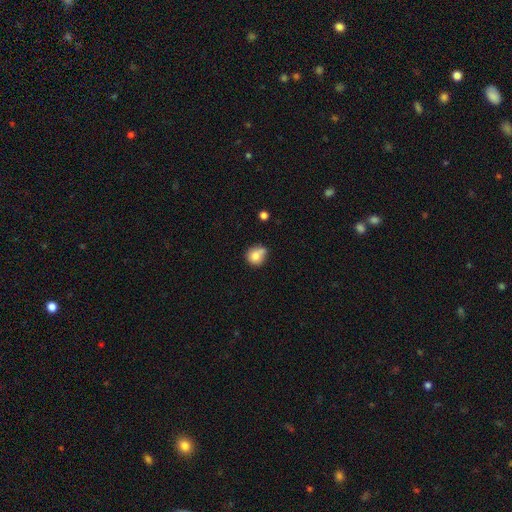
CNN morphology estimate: type=smooth (78%); roundness=round (82%); merging=none (50%).